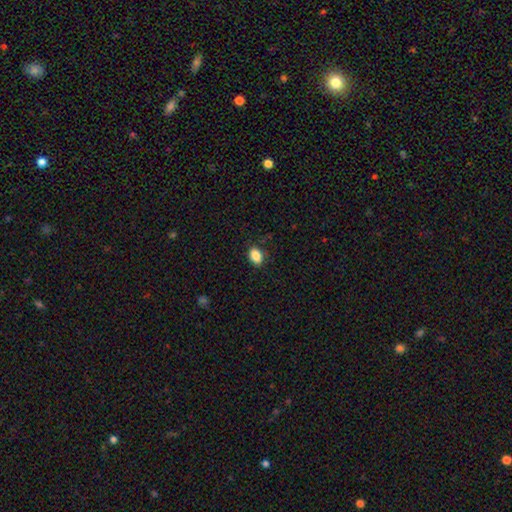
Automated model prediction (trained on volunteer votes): smooth-or-featured: smooth: 86% | star or artifact: 9% | featured or disk: 5%
  how-rounded: in between: 76% | round: 23% | cigar-shaped: 1%
  merging: none: 84% | minor disturbance: 12% | major disturbance: 3% | merger: 1%